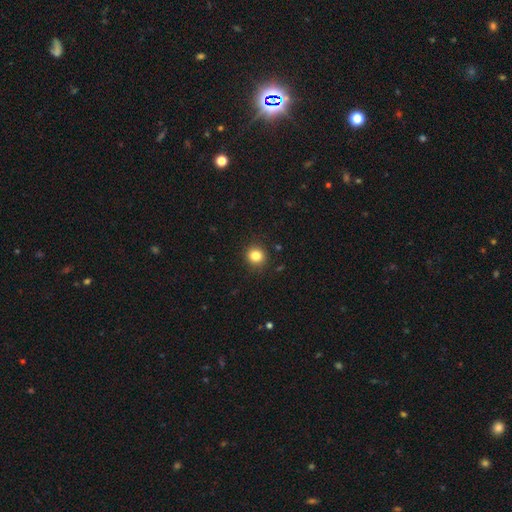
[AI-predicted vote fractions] smooth-or-featured: smooth: 83% | star or artifact: 12% | featured or disk: 6%
  how-rounded: round: 90% | in between: 9% | cigar-shaped: 1%
  merging: none: 90% | minor disturbance: 7% | major disturbance: 2% | merger: 1%